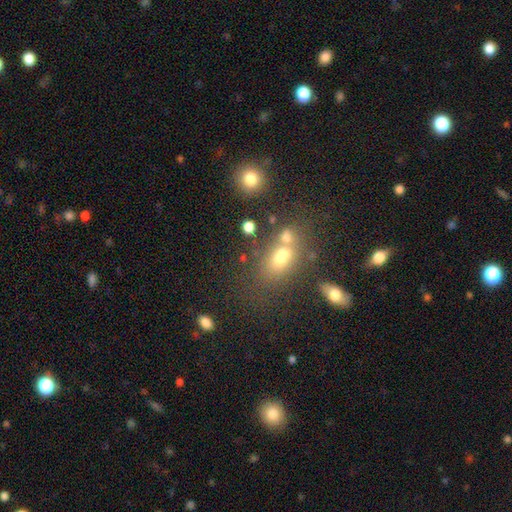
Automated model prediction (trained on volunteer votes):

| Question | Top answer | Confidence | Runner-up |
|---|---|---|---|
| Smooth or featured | smooth | 55% | star or artifact (29%) |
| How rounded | in between | 63% | round (32%) |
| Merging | none | 57% | merger (25%) |